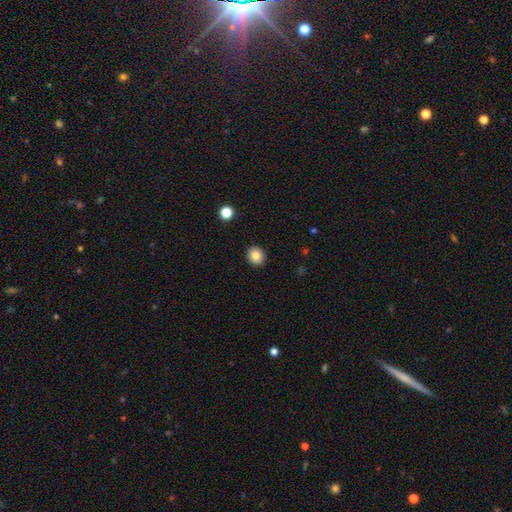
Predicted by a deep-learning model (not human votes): Smooth or featured? Predicted: smooth (p=0.84). How rounded? Predicted: round (p=0.80). Merging? Predicted: none (p=0.91).